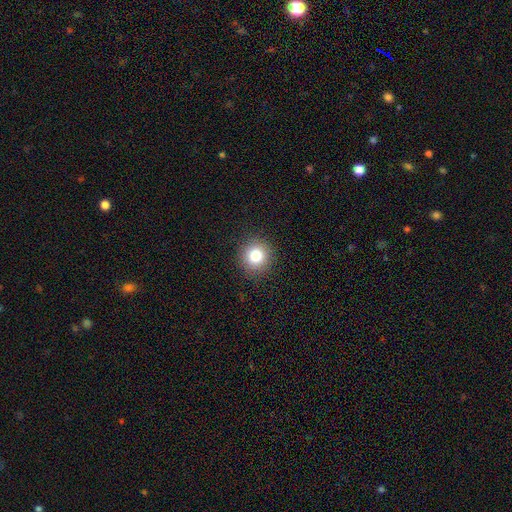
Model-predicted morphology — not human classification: Smooth or featured?
  - smooth: 82% *
  - star or artifact: 11%
  - featured or disk: 7%
How rounded?
  - round: 92% *
  - in between: 7%
  - cigar-shaped: 1%
Merging?
  - none: 91% *
  - minor disturbance: 6%
  - major disturbance: 2%
  - merger: 1%